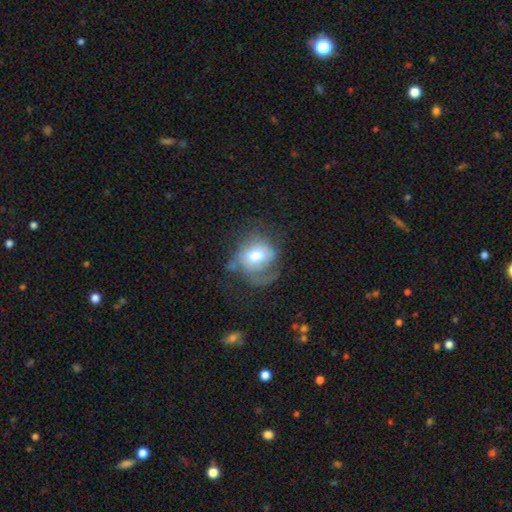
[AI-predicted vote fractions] Overall: smooth (46%; featured or disk 45%). Merging: none (39%; major disturbance 33%).